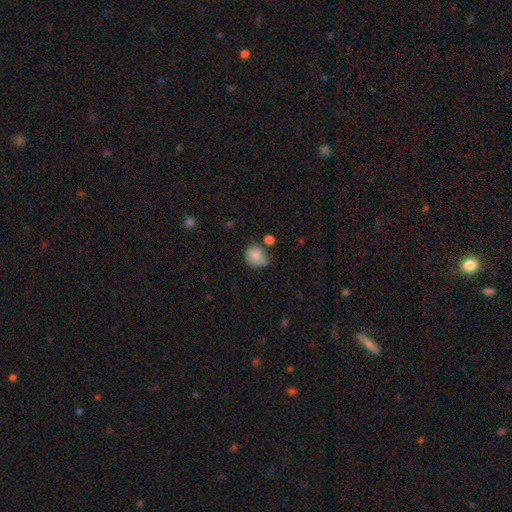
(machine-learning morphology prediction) smooth_or_featured: smooth (p=0.81) [alt: featured or disk p=0.10]
how_rounded: round (p=0.67) [alt: in between p=0.32]
merging: none (p=0.42) [alt: minor disturbance p=0.35]